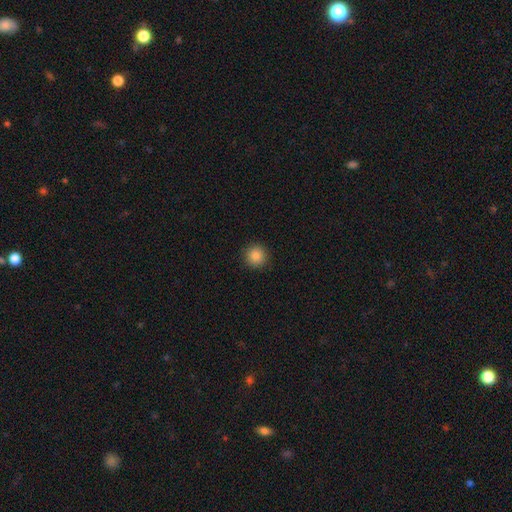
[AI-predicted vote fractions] Smooth or featured?
  - smooth: 85% *
  - star or artifact: 11%
  - featured or disk: 4%
How rounded?
  - round: 94% *
  - in between: 5%
  - cigar-shaped: 1%
Merging?
  - none: 92% *
  - minor disturbance: 6%
  - major disturbance: 2%
  - merger: 1%